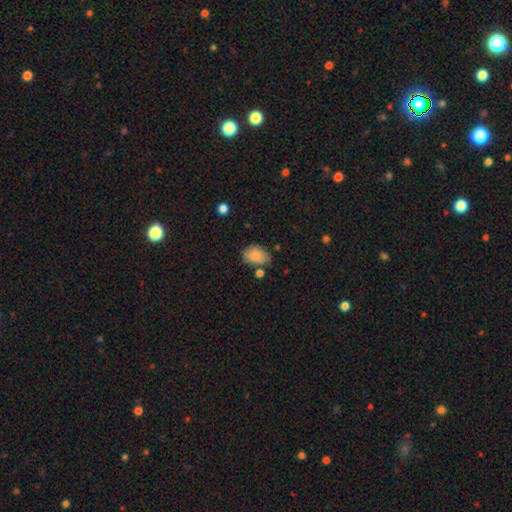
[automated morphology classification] type=smooth (82%); roundness=in between (81%); merging=none (62%).